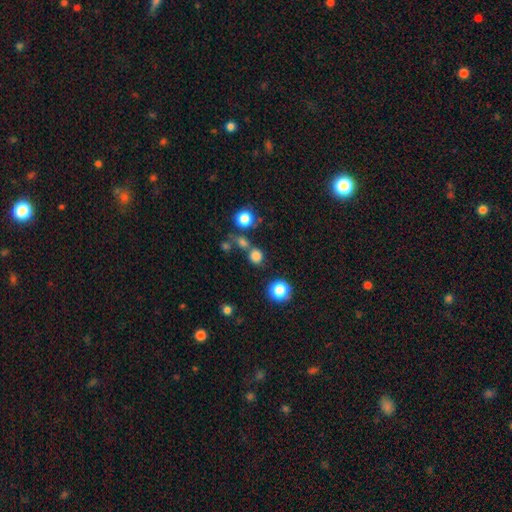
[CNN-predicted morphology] A smooth galaxy with no disk features (77%) that is round (81%). Merging: none (65%).